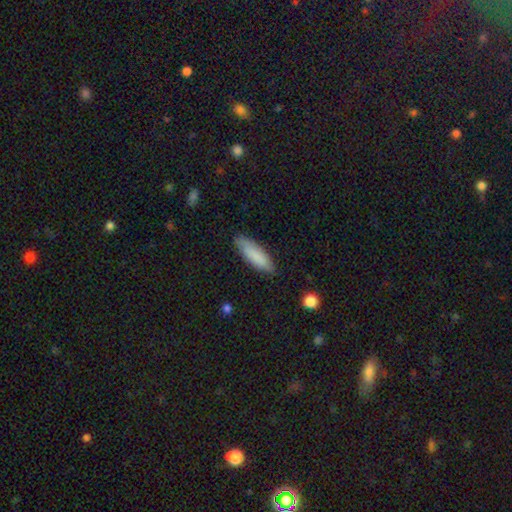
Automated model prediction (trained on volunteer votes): This appears to be a smooth galaxy with no disk features (84%) that is cigar-shaped (56%). Merging: none (83%).